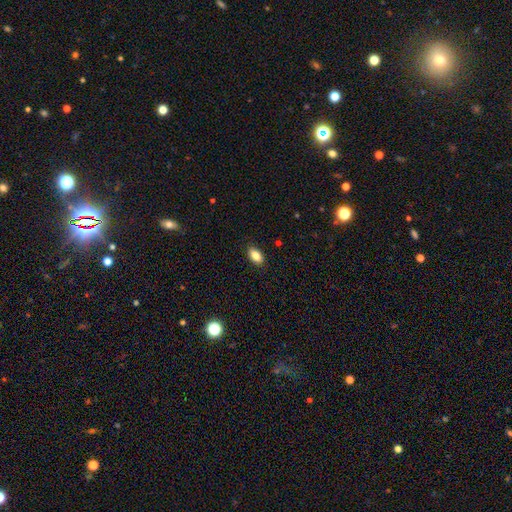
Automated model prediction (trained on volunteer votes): Smooth or featured: smooth — 85% (star or artifact — 8%)
How rounded: in between — 91% (round — 6%)
Merging: none — 88% (minor disturbance — 9%)